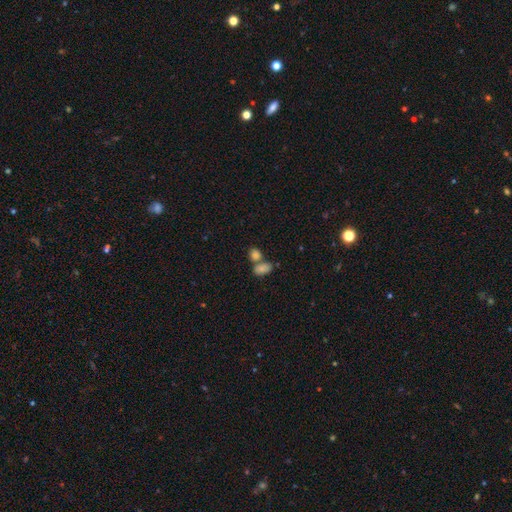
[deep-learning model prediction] A smooth galaxy with no disk features (74%) that is in between round and cigar-shaped (68%). Merging: merger (47%).